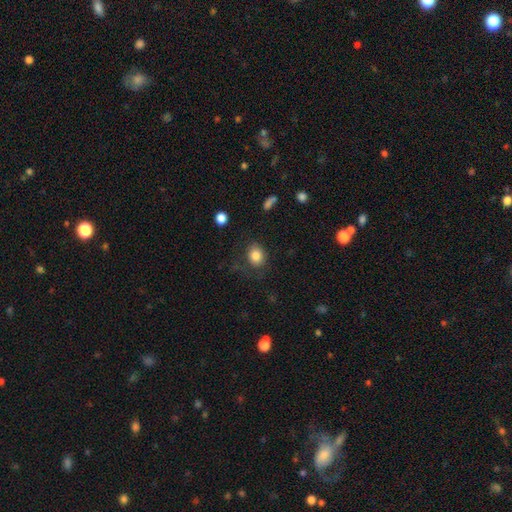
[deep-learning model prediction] This appears to be a smooth galaxy with no disk features (84%) that is round (57%). Merging: none (73%).